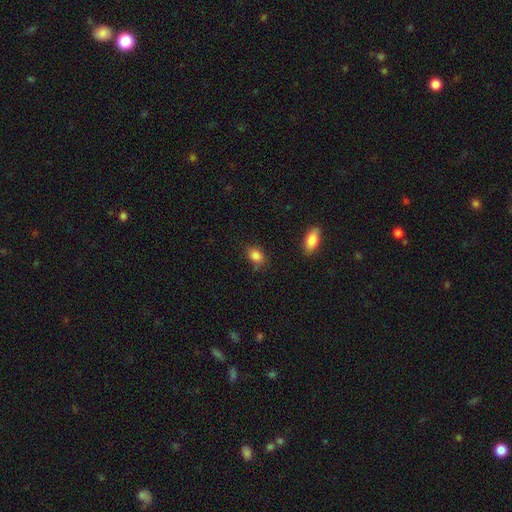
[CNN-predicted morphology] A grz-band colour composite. It shows a smooth galaxy with no disk features (86%) that is in between round and cigar-shaped (75%). Merging: none (74%).